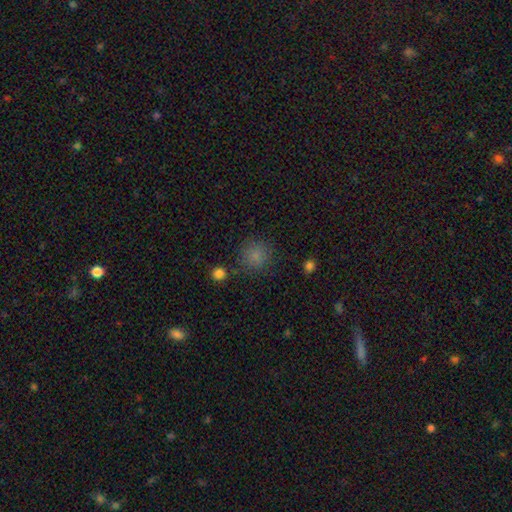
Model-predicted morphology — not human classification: Smooth or featured: smooth — 81% (star or artifact — 14%)
How rounded: round — 91% (in between — 8%)
Merging: none — 82% (minor disturbance — 10%)